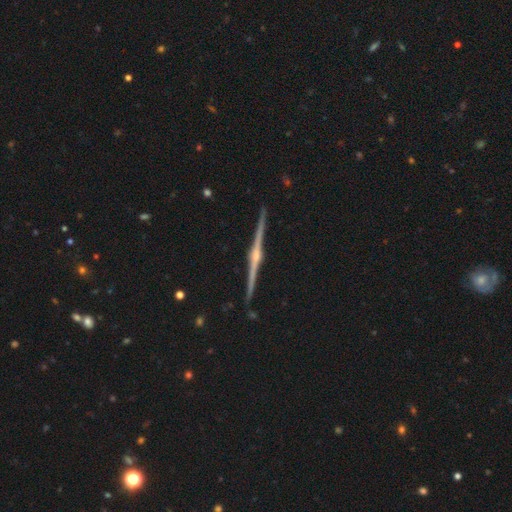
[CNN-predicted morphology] This is clearly a featured or disk galaxy (91%). It is clearly viewed edge-on (99%). Edge-on bulge: clearly rounded (87%). Merging: clearly none (93%).